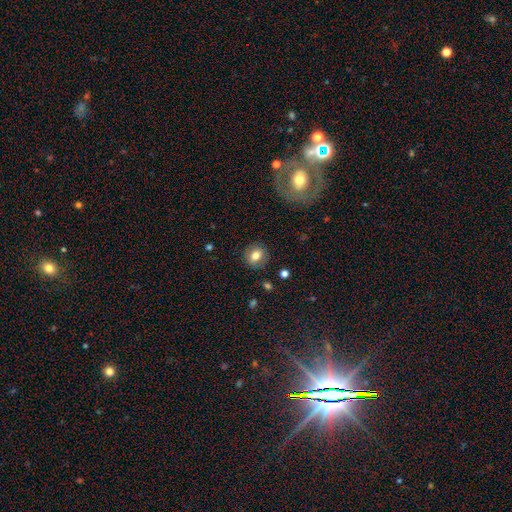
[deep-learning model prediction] A smooth galaxy with no disk features (75%) that is round (73%). Merging: none (87%).